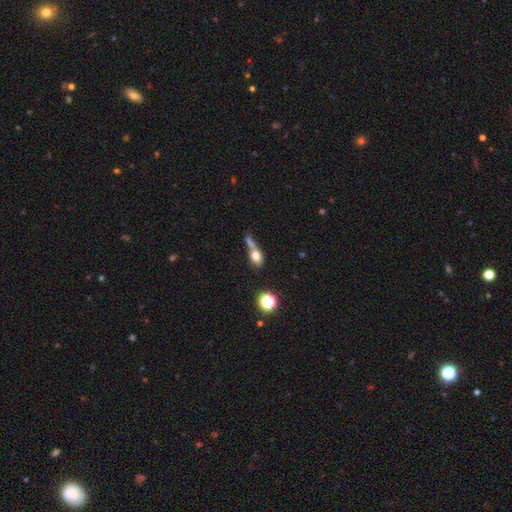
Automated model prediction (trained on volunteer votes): Morphology: type=smooth (68%); roundness=in between (56%); merging=merger (42%).